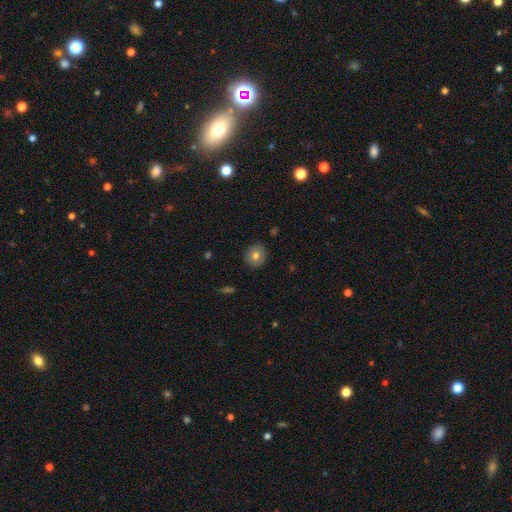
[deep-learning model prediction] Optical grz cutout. It shows a smooth galaxy with no disk features (74%) that is round (87%). Merging: none (89%).